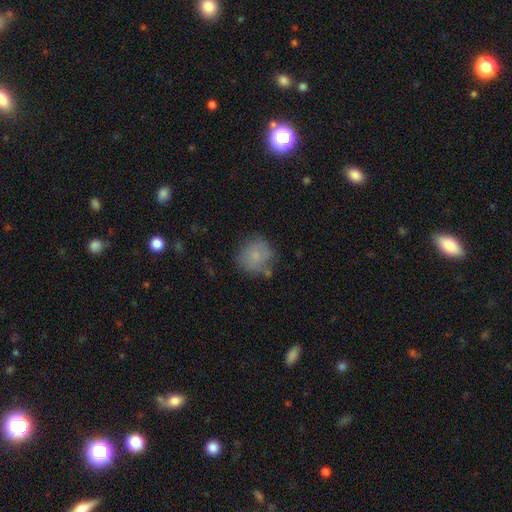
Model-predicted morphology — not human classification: Smooth or featured: smooth — 78% (featured or disk — 13%)
How rounded: round — 87% (in between — 12%)
Merging: none — 65% (minor disturbance — 22%)